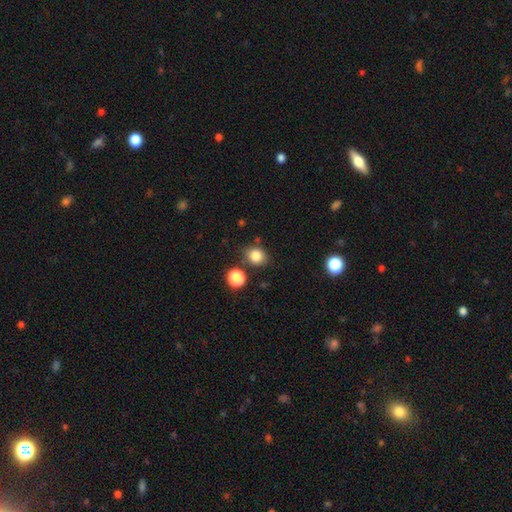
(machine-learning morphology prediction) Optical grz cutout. It shows a smooth galaxy with no disk features (83%) that is round (69%). Merging: none (78%).